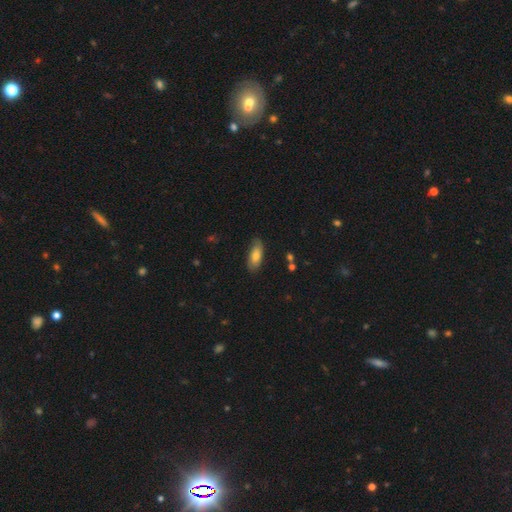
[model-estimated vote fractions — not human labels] The model was most divided on "smooth or featured": smooth: 75%, featured or disk: 19%, star or artifact: 7%. More confident: how rounded — in between (79%); merging — none (79%).